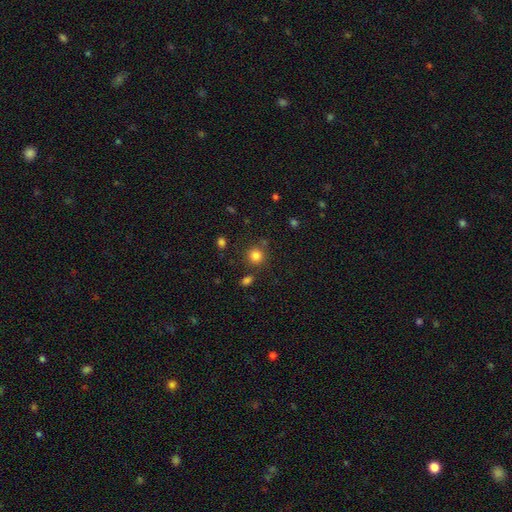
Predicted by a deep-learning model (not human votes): A smooth galaxy with no disk features (82%) that is round (90%).

Vote fractions:
- Smooth or featured? smooth: 82% / star or artifact: 13% / featured or disk: 5%
- How rounded? round: 90% / in between: 10% / cigar-shaped: 1%
- Merging? none: 79% / minor disturbance: 10% / merger: 7% / major disturbance: 4%